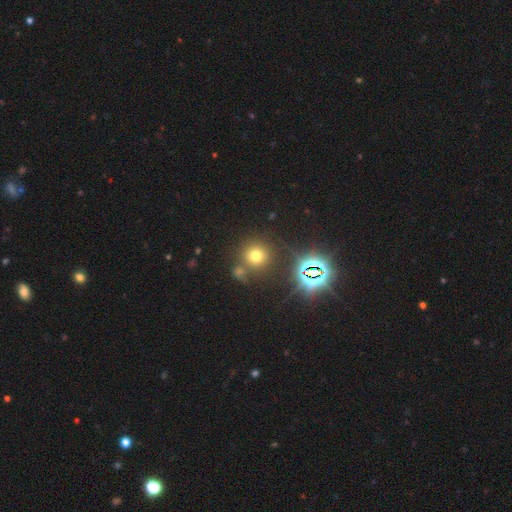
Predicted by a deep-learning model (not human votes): Smooth or featured? Predicted: smooth (p=0.61). How rounded? Predicted: round (p=0.92). Merging? Predicted: none (p=0.74).